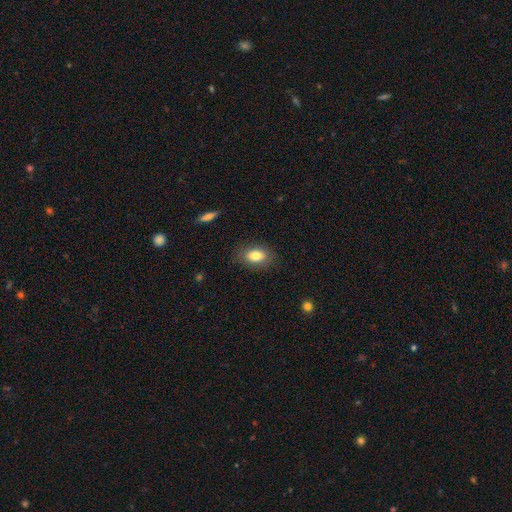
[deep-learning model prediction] Smooth or featured? Predicted: smooth (p=0.82). How rounded? Predicted: in between (p=0.85). Merging? Predicted: none (p=0.83).